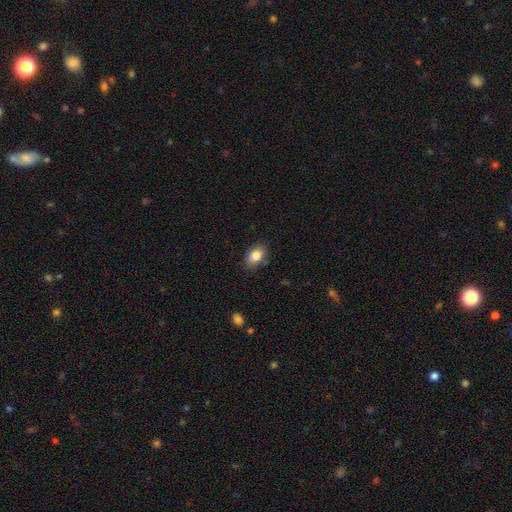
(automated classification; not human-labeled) Smooth or featured?
  - smooth: 85% *
  - star or artifact: 8%
  - featured or disk: 7%
How rounded?
  - in between: 85% *
  - round: 14%
  - cigar-shaped: 1%
Merging?
  - none: 76% *
  - minor disturbance: 18%
  - major disturbance: 4%
  - merger: 2%